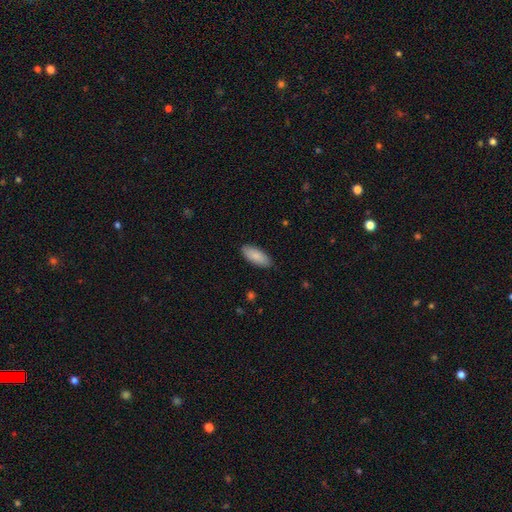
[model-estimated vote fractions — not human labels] smooth-or-featured: smooth: 87% | featured or disk: 7% | star or artifact: 5%
  how-rounded: in between: 85% | cigar-shaped: 14% | round: 2%
  merging: none: 86% | minor disturbance: 11% | major disturbance: 2% | merger: 1%